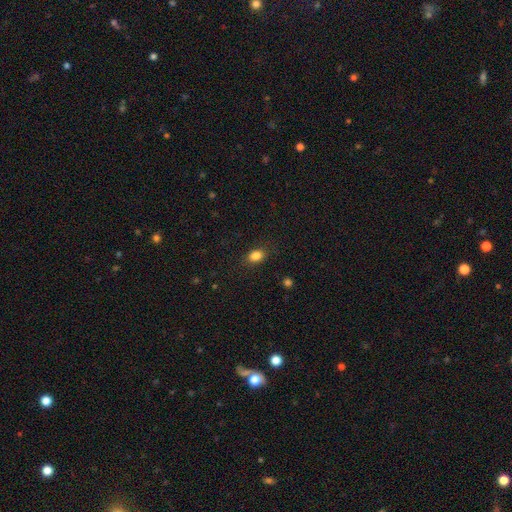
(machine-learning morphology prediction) smooth-or-featured: smooth: 85% | star or artifact: 10% | featured or disk: 5%
  how-rounded: in between: 75% | round: 23% | cigar-shaped: 2%
  merging: none: 86% | minor disturbance: 10% | major disturbance: 3% | merger: 1%